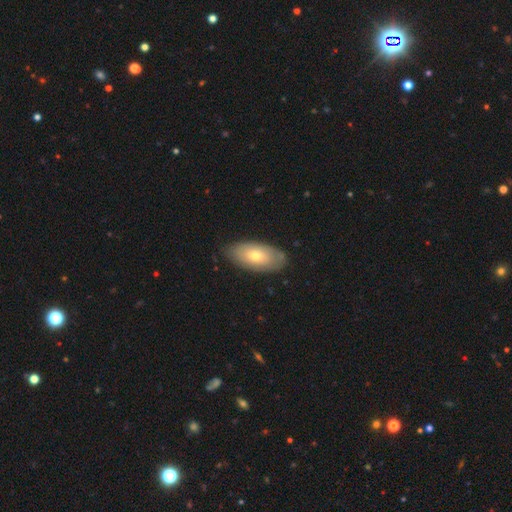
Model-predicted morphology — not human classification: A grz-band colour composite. It shows a smooth galaxy with no disk features (64%) that is in between round and cigar-shaped (92%). Merging: none (82%).